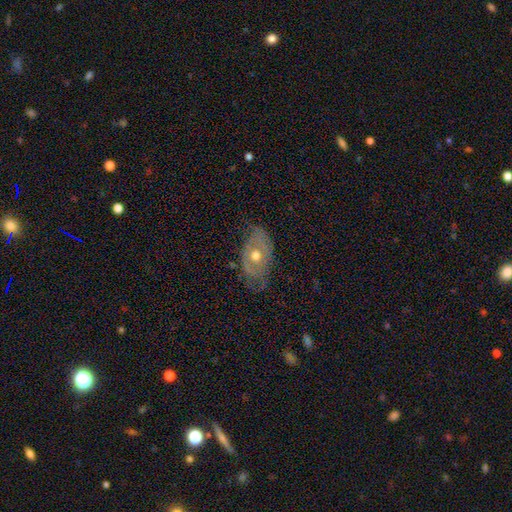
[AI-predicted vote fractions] Overall: featured or disk (62%; smooth 31%). Edge-on disk: no (90%). Bar: no (86%). Spiral arms: no (57%; yes 43%). Bulge size: moderate (79%). Merging: none (60%; minor disturbance 28%).